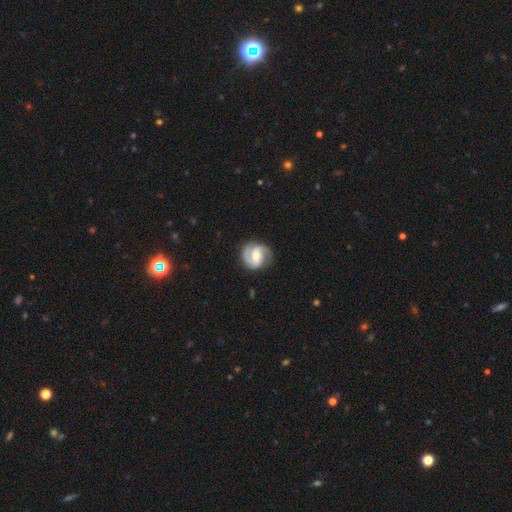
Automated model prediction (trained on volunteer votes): The model was most divided on "spiral winding": medium: 47%, tight: 36%, loose: 17%. Remaining: edge-on disk — no (98%); spiral arms — yes (96%); smooth or featured — featured or disk (81%); merging — none (79%); spiral arm count — 2 (79%); bulge size — moderate (55%); bar — weak (47%).